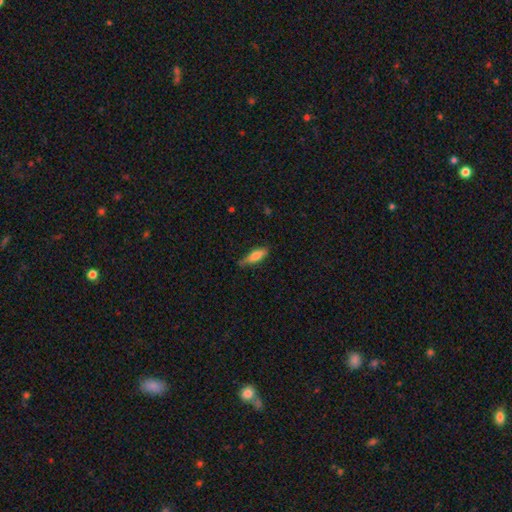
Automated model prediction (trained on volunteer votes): Smooth or featured?
  - smooth: 71% *
  - featured or disk: 22%
  - star or artifact: 7%
How rounded?
  - cigar-shaped: 56% *
  - in between: 42%
  - round: 2%
Merging?
  - none: 66% *
  - minor disturbance: 27%
  - major disturbance: 5%
  - merger: 2%